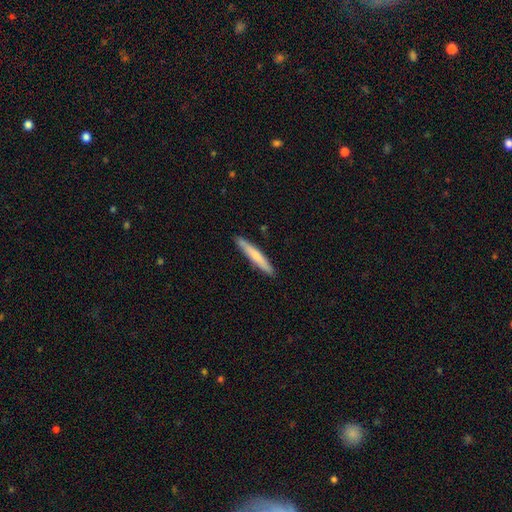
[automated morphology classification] Smooth or featured: smooth — 67% (featured or disk — 28%)
How rounded: cigar-shaped — 94% (in between — 4%)
Merging: none — 90% (minor disturbance — 8%)